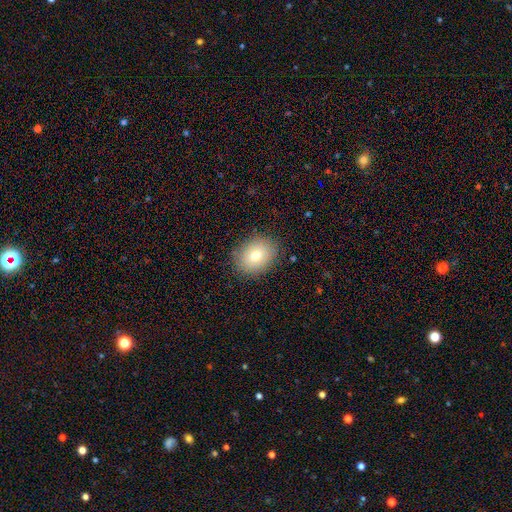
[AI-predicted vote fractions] A smooth galaxy with no disk features (78%) that is in between round and cigar-shaped (60%).

Vote fractions:
- Smooth or featured? smooth: 78% / featured or disk: 12% / star or artifact: 10%
- How rounded? in between: 60% / round: 39% / cigar-shaped: 1%
- Merging? none: 87% / minor disturbance: 10% / major disturbance: 3% / merger: 1%